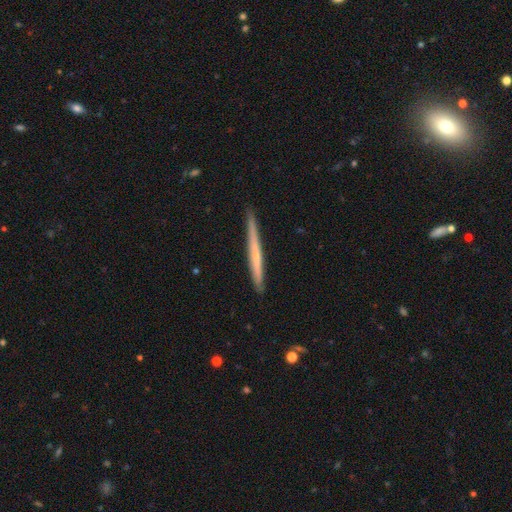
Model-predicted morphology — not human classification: type=featured or disk (50%); edge-on=yes (97%); merging=none (88%).